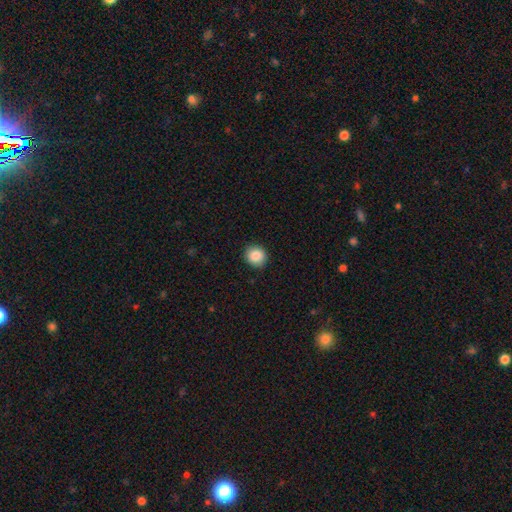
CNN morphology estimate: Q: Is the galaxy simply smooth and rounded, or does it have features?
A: smooth — 87%.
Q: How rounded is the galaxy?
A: round — 86%.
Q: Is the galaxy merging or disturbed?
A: none — 90%.